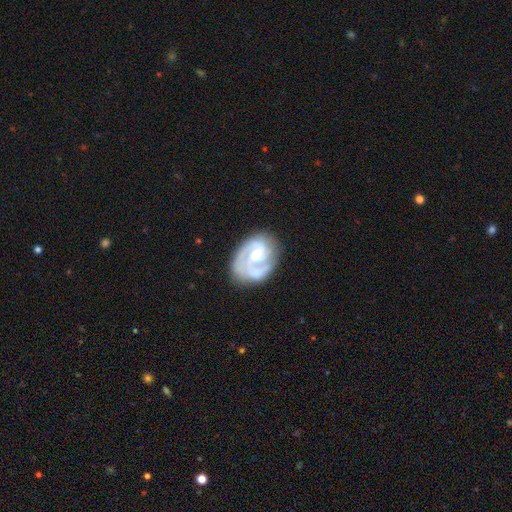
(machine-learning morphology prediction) Smooth or featured?
  - featured or disk: 87% *
  - smooth: 9%
  - star or artifact: 4%
Edge-on disk?
  - no: 98% *
  - yes: 2%
Bar?
  - no: 50% *
  - weak: 41%
  - strong: 10%
Spiral arms?
  - yes: 97% *
  - no: 3%
Spiral winding?
  - tight: 52% *
  - medium: 39%
  - loose: 8%
Spiral arm count?
  - 2: 64% *
  - 3: 13%
  - 1: 10%
  - can't tell: 9%
  - 4: 2%
  - more than 4: 2%
Bulge size?
  - moderate: 46% *
  - small: 43%
  - none: 5%
  - large: 5%
  - dominant: 1%
Merging?
  - none: 71% *
  - minor disturbance: 18%
  - major disturbance: 8%
  - merger: 2%